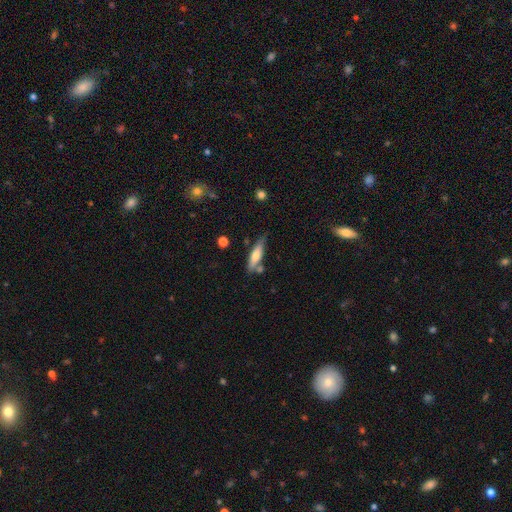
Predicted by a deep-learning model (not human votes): smooth-or-featured: smooth: 63% | featured or disk: 31% | star or artifact: 6%
  how-rounded: cigar-shaped: 69% | in between: 29% | round: 2%
  merging: none: 65% | minor disturbance: 20% | merger: 11% | major disturbance: 4%